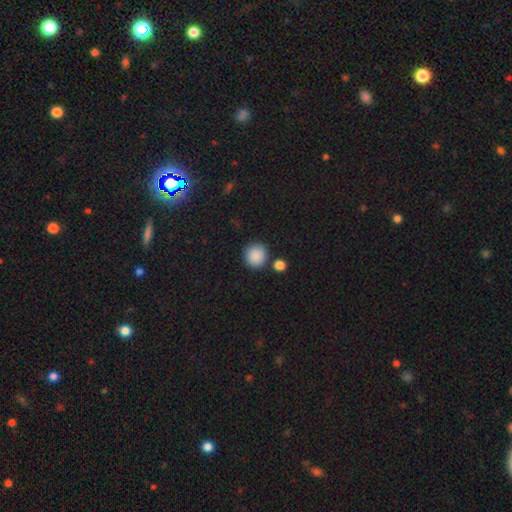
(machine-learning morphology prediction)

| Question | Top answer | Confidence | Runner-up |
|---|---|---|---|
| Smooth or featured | smooth | 88% | star or artifact (8%) |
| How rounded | round | 90% | in between (9%) |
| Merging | none | 81% | minor disturbance (9%) |